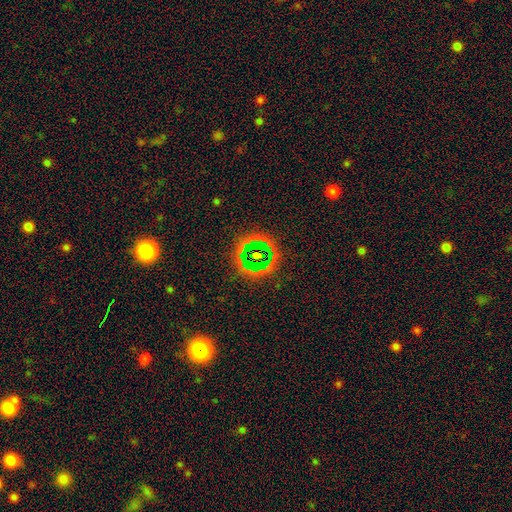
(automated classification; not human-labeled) Smooth or featured? Predicted: star or artifact (p=0.69).